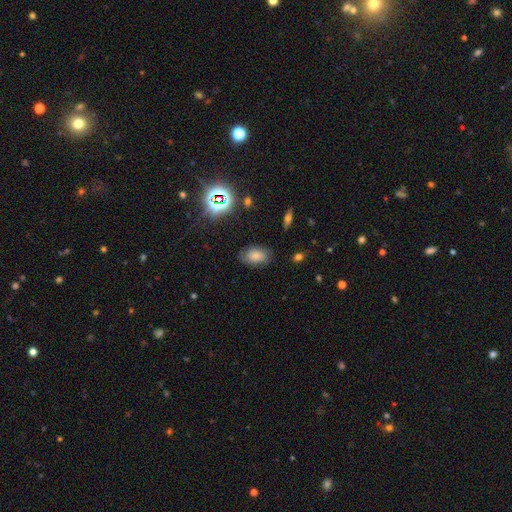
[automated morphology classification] smooth-or-featured: smooth: 69% | featured or disk: 16% | star or artifact: 15%
  how-rounded: in between: 90% | round: 8% | cigar-shaped: 2%
  merging: none: 77% | minor disturbance: 17% | major disturbance: 5% | merger: 2%